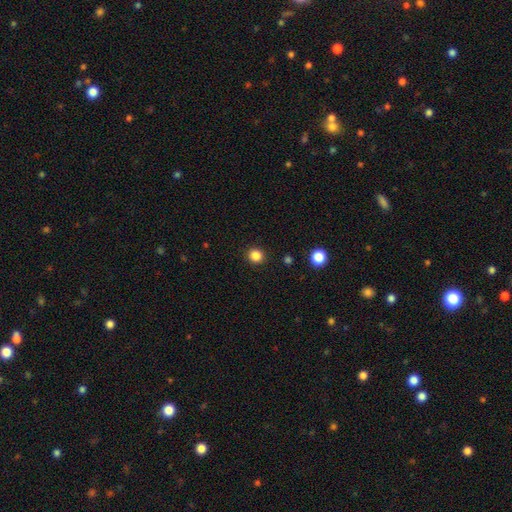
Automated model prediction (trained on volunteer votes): Smooth or featured: smooth — 85% (star or artifact — 12%)
How rounded: round — 90% (in between — 9%)
Merging: none — 92% (minor disturbance — 5%)